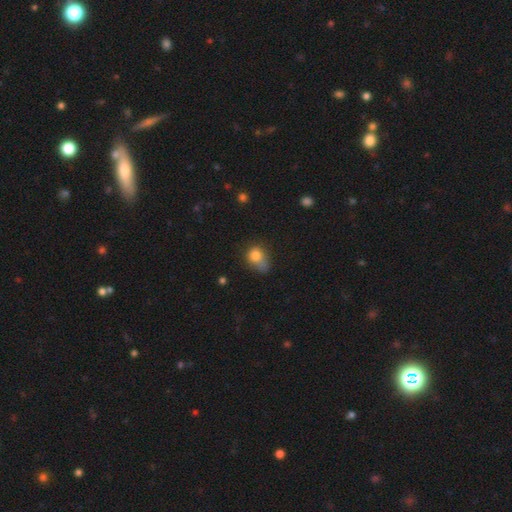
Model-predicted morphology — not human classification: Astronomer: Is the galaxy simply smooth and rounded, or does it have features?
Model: smooth — 77%.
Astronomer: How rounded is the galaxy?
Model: in between — 55% (runner-up: round, 43%).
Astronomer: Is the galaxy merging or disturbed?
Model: minor disturbance — 36% (runner-up: none, 31%).